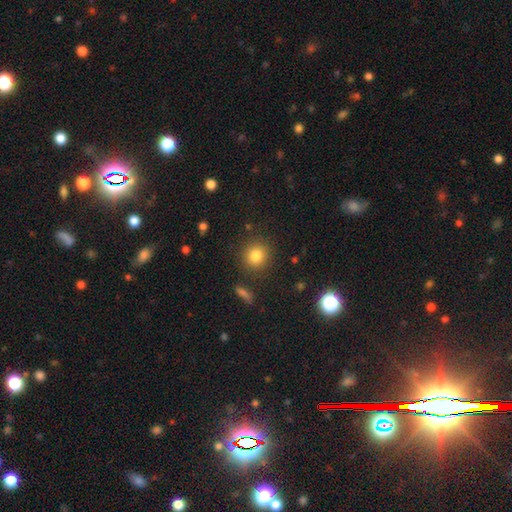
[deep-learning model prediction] smooth-or-featured: smooth: 82% | star or artifact: 11% | featured or disk: 6%
  how-rounded: round: 89% | in between: 10% | cigar-shaped: 1%
  merging: none: 88% | minor disturbance: 7% | major disturbance: 3% | merger: 2%